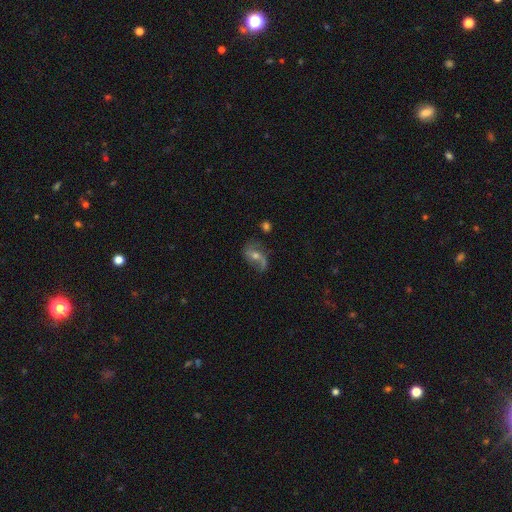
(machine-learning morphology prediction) smooth-or-featured: featured or disk: 72% | smooth: 18% | star or artifact: 10%
  disk-edge-on: no: 95% | yes: 5%
    bar: no: 43% | weak: 37% | strong: 20%
    has-spiral-arms: yes: 87% | no: 13%
      spiral-winding: loose: 58% | medium: 31% | tight: 11%
      spiral-arm-count: 2: 79% | 1: 11% | can't tell: 7% | 3: 1% | 4: 1% | more than 4: 1%
    bulge-size: moderate: 60% | small: 34% | large: 3% | none: 2% | dominant: 1%
  merging: none: 63% | minor disturbance: 21% | major disturbance: 12% | merger: 3%